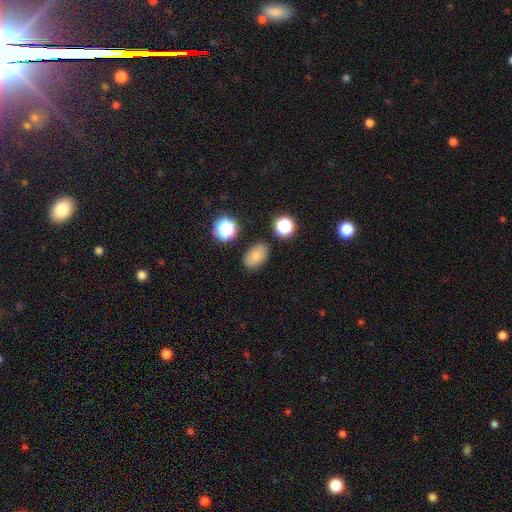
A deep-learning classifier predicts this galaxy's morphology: A smooth galaxy with no disk features (78%) that is in between round and cigar-shaped (84%). Merging: none (82%).